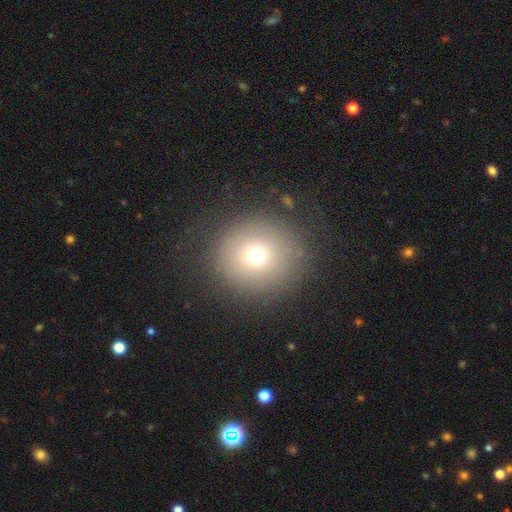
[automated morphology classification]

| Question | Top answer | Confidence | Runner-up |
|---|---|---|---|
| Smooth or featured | smooth | 69% | star or artifact (17%) |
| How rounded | round | 91% | in between (8%) |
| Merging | none | 84% | minor disturbance (9%) |